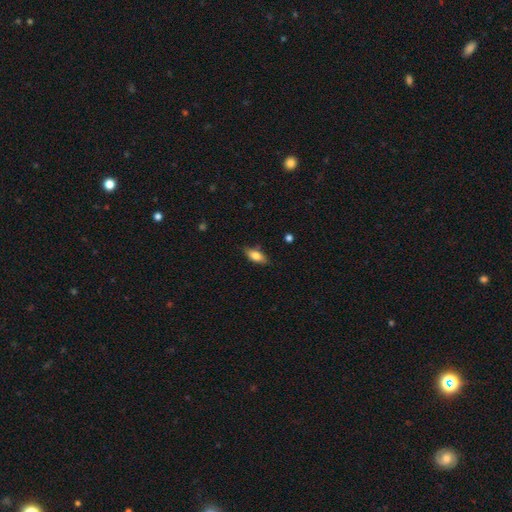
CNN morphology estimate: This appears to be a smooth galaxy with no disk features (76%) that is in between round and cigar-shaped (82%). Merging: none (80%).